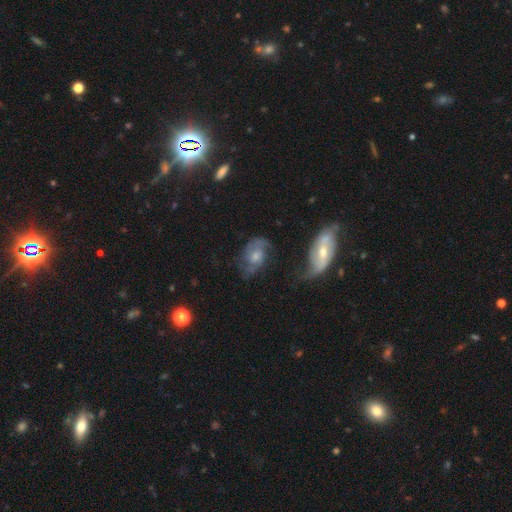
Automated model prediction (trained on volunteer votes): smooth-or-featured: featured or disk: 72% | smooth: 20% | star or artifact: 8%
  disk-edge-on: no: 96% | yes: 4%
    bar: no: 63% | weak: 31% | strong: 6%
    has-spiral-arms: yes: 88% | no: 12%
      spiral-winding: medium: 45% | loose: 34% | tight: 21%
      spiral-arm-count: 2: 73% | can't tell: 13% | 1: 5% | 3: 4% | 4: 2% | more than 4: 2%
    bulge-size: moderate: 48% | small: 40% | large: 6% | none: 5% | dominant: 1%
  merging: none: 49% | minor disturbance: 24% | major disturbance: 20% | merger: 7%